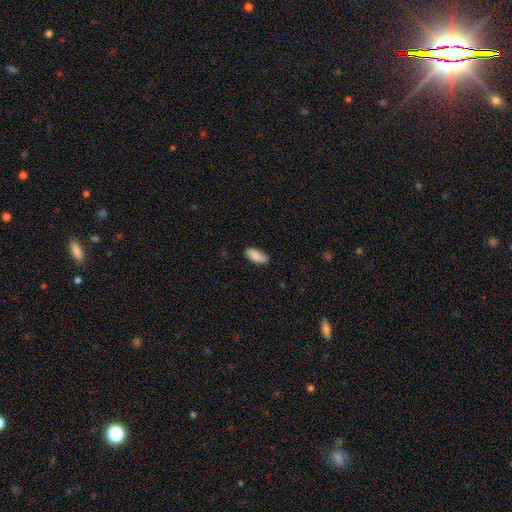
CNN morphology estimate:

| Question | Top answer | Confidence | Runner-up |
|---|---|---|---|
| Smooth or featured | smooth | 87% | featured or disk (7%) |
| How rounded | in between | 85% | cigar-shaped (13%) |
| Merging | none | 84% | minor disturbance (13%) |